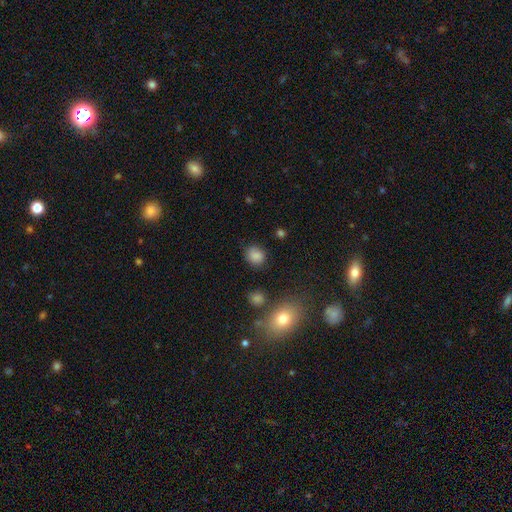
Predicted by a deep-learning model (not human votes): smooth-or-featured: smooth: 82% | star or artifact: 11% | featured or disk: 7%
  how-rounded: round: 75% | in between: 24% | cigar-shaped: 1%
  merging: none: 81% | minor disturbance: 13% | major disturbance: 4% | merger: 3%